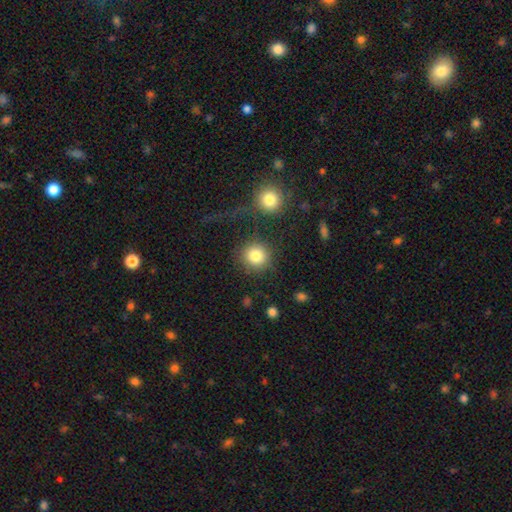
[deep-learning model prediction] Q: Smooth or featured?
A: smooth (83%); runner-up: star or artifact (10%)
Q: How rounded?
A: round (92%); runner-up: in between (7%)
Q: Merging?
A: none (79%); runner-up: minor disturbance (8%)